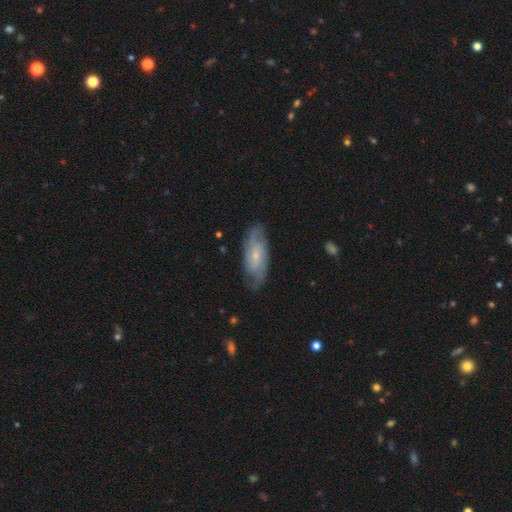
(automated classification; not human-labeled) Smooth or featured?
  - featured or disk: 67% *
  - smooth: 26%
  - star or artifact: 6%
Edge-on disk?
  - no: 90% *
  - yes: 10%
Bar?
  - no: 67% *
  - weak: 28%
  - strong: 5%
Spiral arms?
  - yes: 89% *
  - no: 11%
Spiral winding?
  - tight: 42% *
  - medium: 41%
  - loose: 16%
Spiral arm count?
  - 2: 52% *
  - can't tell: 30%
  - 3: 9%
  - 4: 4%
  - 1: 3%
  - more than 4: 3%
Bulge size?
  - small: 70% *
  - moderate: 24%
  - none: 4%
  - large: 2%
  - dominant: 1%
Merging?
  - none: 75% *
  - minor disturbance: 19%
  - major disturbance: 6%
  - merger: 1%